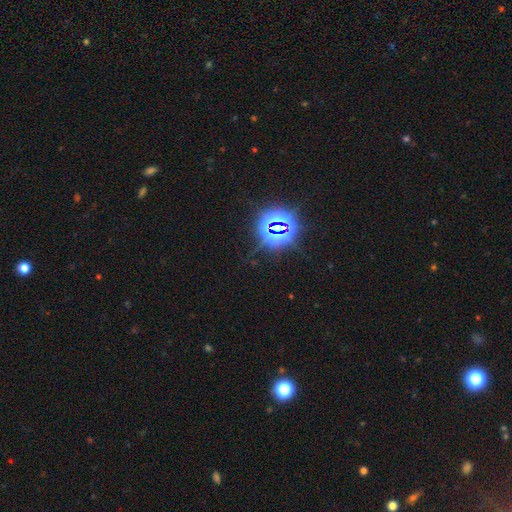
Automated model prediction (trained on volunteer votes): Smooth or featured: star or artifact — 80% (smooth — 13%)